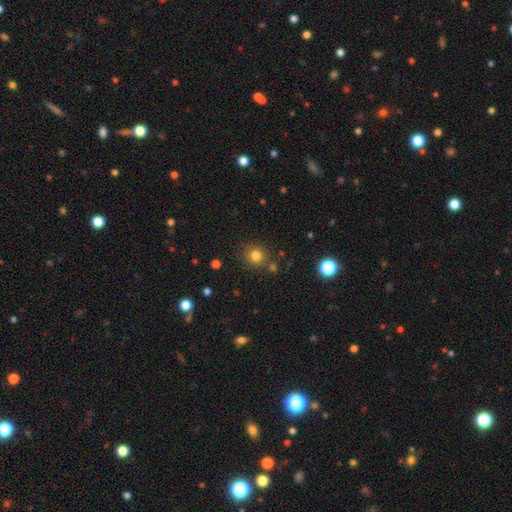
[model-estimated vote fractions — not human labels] A smooth galaxy with no disk features (80%) that is round (90%). Merging: none (80%).